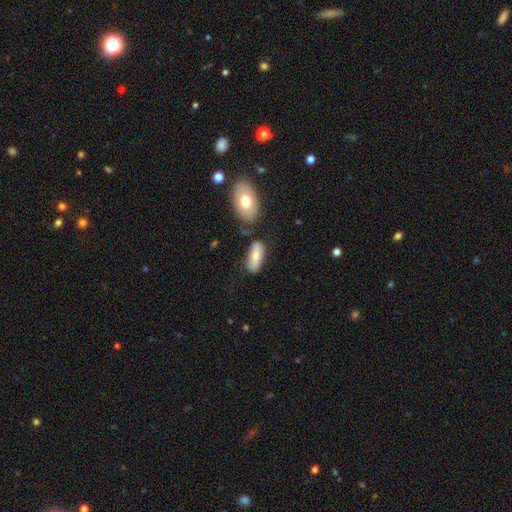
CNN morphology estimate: Smooth or featured? Predicted: smooth (p=0.72). How rounded? Predicted: in between (p=0.82). Merging? Predicted: none (p=0.65).